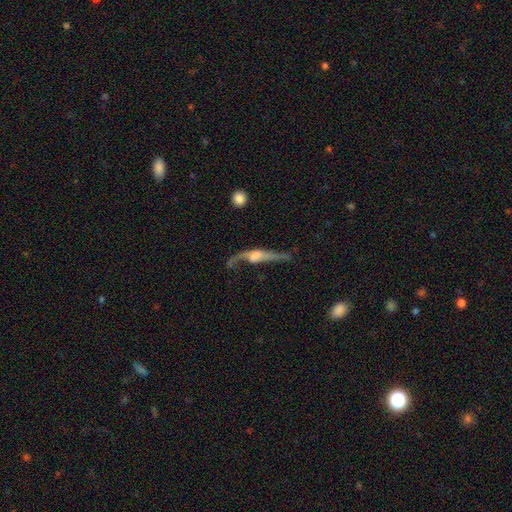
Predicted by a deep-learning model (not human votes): Smooth or featured? Predicted: featured or disk (p=0.77). Edge-on disk? Predicted: yes (p=0.55). Merging? Predicted: none (p=0.41).